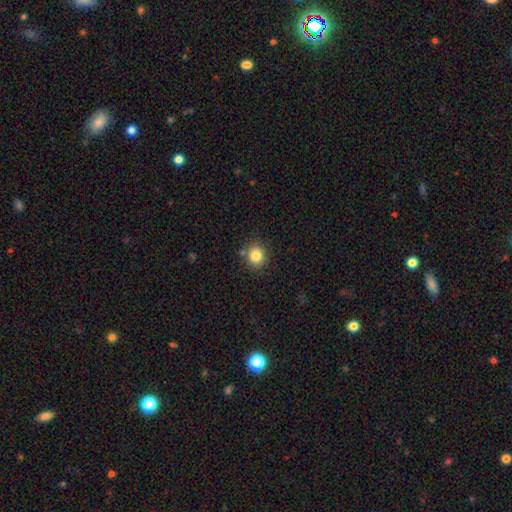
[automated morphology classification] Smooth or featured? smooth (83%)
How rounded? round (85%)
Merging? none (82%)